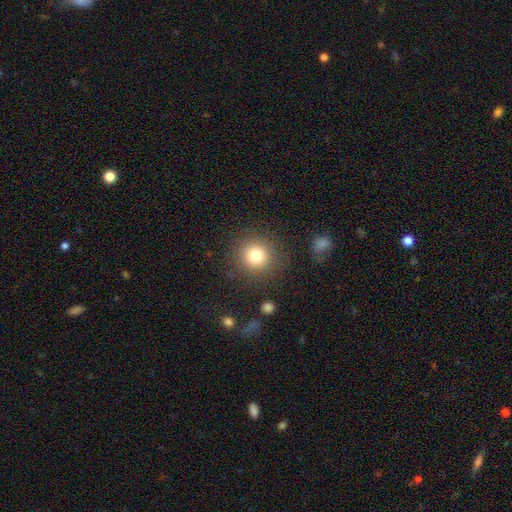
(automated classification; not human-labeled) A smooth galaxy with no disk features (78%) that is round (93%).

Vote fractions:
- Smooth or featured? smooth: 78% / star or artifact: 13% / featured or disk: 9%
- How rounded? round: 93% / in between: 6% / cigar-shaped: 1%
- Merging? none: 86% / minor disturbance: 8% / major disturbance: 4% / merger: 2%